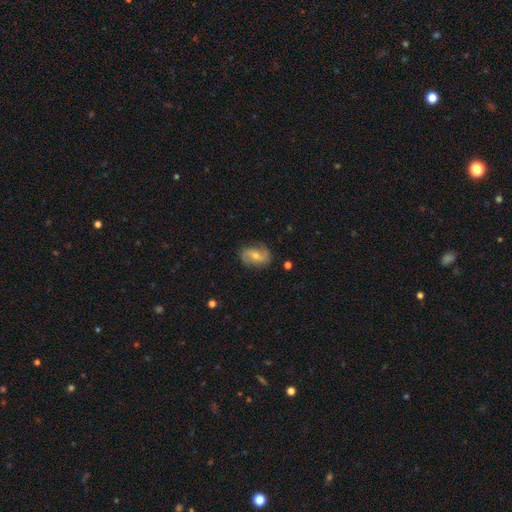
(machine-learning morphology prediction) Overall: featured or disk (71%). Edge-on disk: no (96%). Bar: no (42%; weak 40%). Spiral arms: yes (90%). Spiral arm count: 2 (84%). Spiral winding: medium (40%; loose 37%). Bulge size: moderate (51%; small 45%). Merging: none (81%).